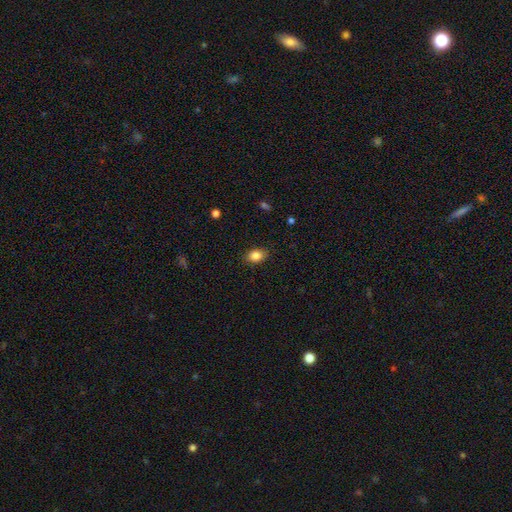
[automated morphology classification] Smooth or featured? smooth (85%)
How rounded? in between (76%)
Merging? none (85%)